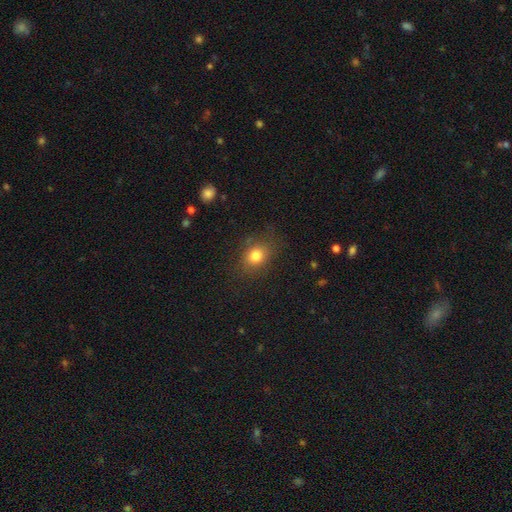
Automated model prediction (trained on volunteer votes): smooth 79%, star or artifact 12%, featured or disk 9%. Down the decision tree: how rounded — round (53%); merging — none (76%).